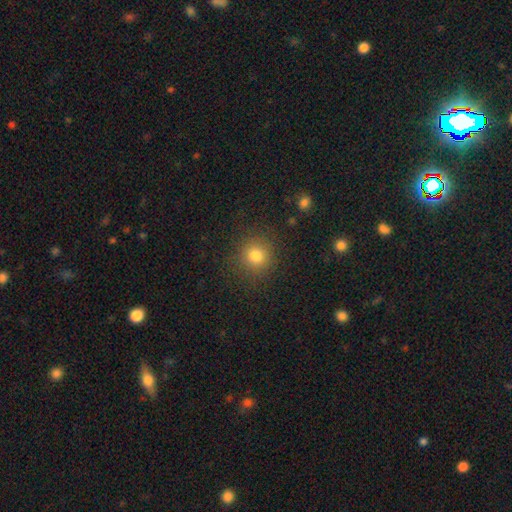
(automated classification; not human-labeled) Q: Smooth or featured?
A: smooth (80%); runner-up: star or artifact (14%)
Q: How rounded?
A: round (92%); runner-up: in between (7%)
Q: Merging?
A: none (88%); runner-up: minor disturbance (8%)